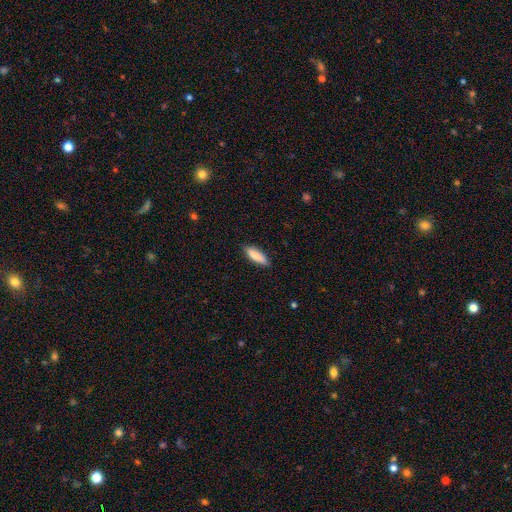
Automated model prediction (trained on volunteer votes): The model was most divided on "how rounded": cigar-shaped: 55%, in between: 44%, round: 2%. More confident: merging — none (87%); smooth or featured — smooth (84%).